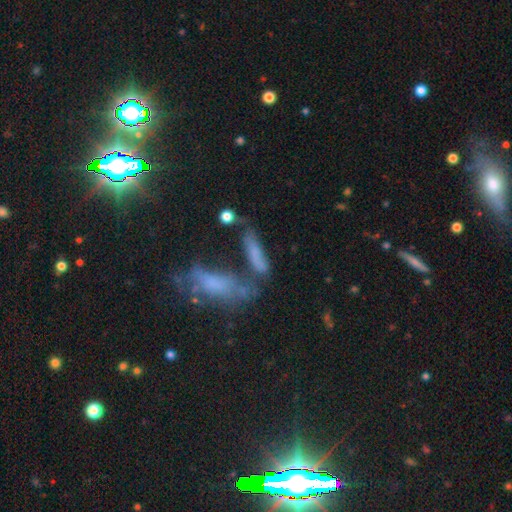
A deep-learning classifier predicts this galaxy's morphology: A smooth galaxy with no disk features (58%) that is cigar-shaped (64%). Merging: none (42%).